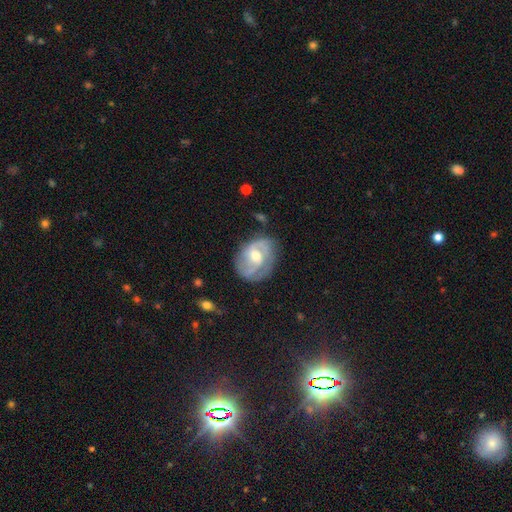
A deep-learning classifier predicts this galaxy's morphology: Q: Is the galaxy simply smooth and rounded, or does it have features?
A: featured or disk — 81%.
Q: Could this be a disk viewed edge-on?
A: no — 97%.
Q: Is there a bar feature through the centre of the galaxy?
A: weak — 49%.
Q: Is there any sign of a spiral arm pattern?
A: yes — 92%.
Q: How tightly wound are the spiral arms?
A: medium — 47%.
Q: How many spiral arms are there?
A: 2 — 66%.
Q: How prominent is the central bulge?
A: moderate — 67%.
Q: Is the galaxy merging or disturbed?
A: none — 68%.